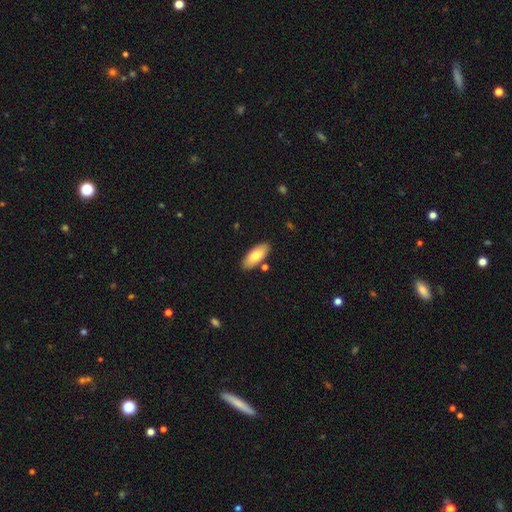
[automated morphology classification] A smooth galaxy with no disk features (77%) that is in between round and cigar-shaped (81%).

Vote fractions:
- Smooth or featured? smooth: 77% / featured or disk: 17% / star or artifact: 6%
- How rounded? in between: 81% / cigar-shaped: 17% / round: 2%
- Merging? none: 84% / minor disturbance: 10% / merger: 4% / major disturbance: 2%